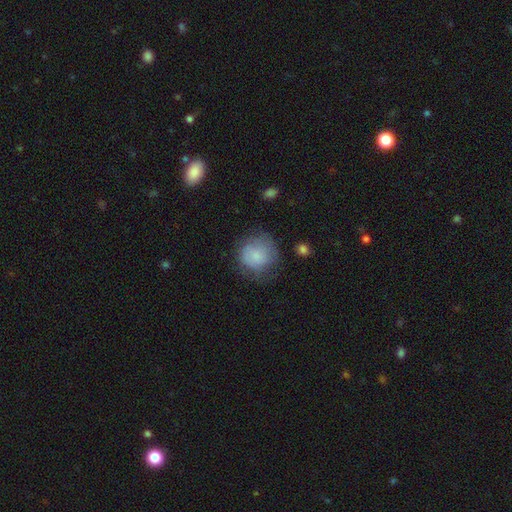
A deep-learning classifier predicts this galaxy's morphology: This is likely a smooth galaxy (78%). How rounded: clearly round (88%). Merging: possibly none (56%).